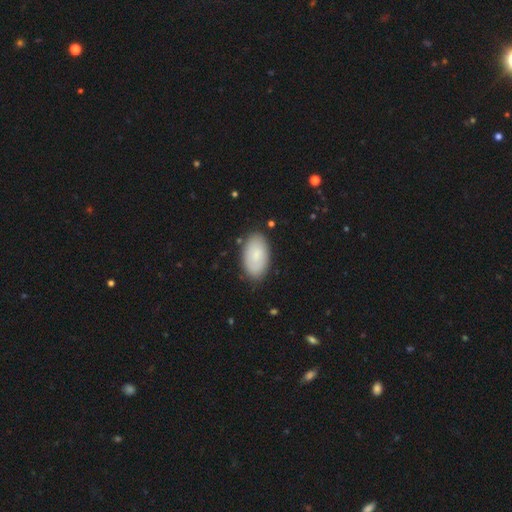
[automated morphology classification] Smooth or featured?
  - smooth: 80% *
  - featured or disk: 13%
  - star or artifact: 6%
How rounded?
  - in between: 95% *
  - round: 3%
  - cigar-shaped: 2%
Merging?
  - none: 83% *
  - minor disturbance: 13%
  - major disturbance: 3%
  - merger: 2%